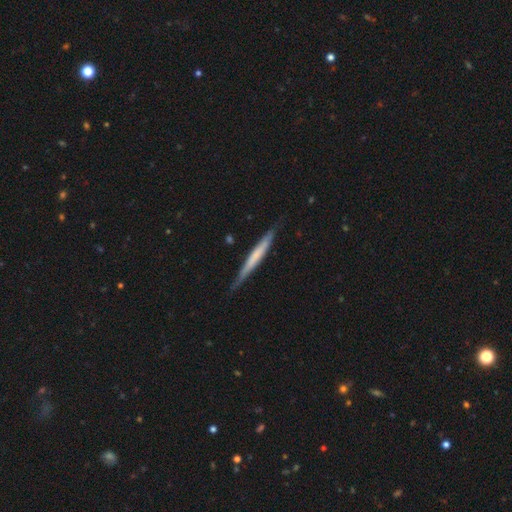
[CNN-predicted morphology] Smooth or featured?
  - featured or disk: 48% *
  - smooth: 47%
  - star or artifact: 5%
Merging?
  - none: 82% *
  - minor disturbance: 14%
  - major disturbance: 2%
  - merger: 1%